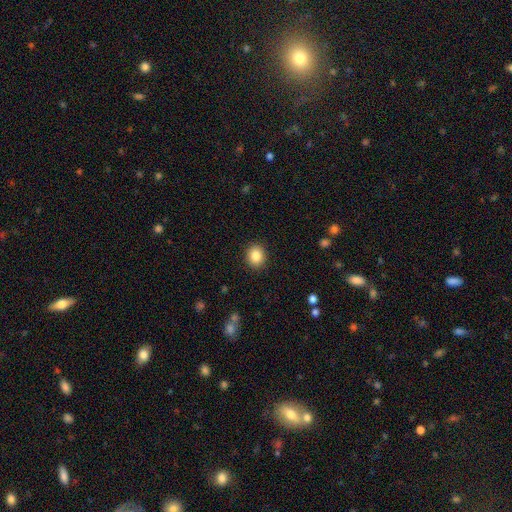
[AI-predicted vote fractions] A smooth galaxy with no disk features (85%) that is round (72%). Merging: none (90%).